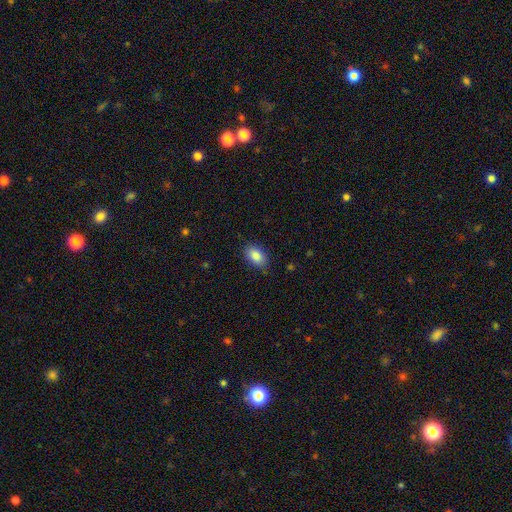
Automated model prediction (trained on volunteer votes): This appears to be a smooth galaxy with no disk features (86%) that is in between round and cigar-shaped (89%). Merging: none (84%).